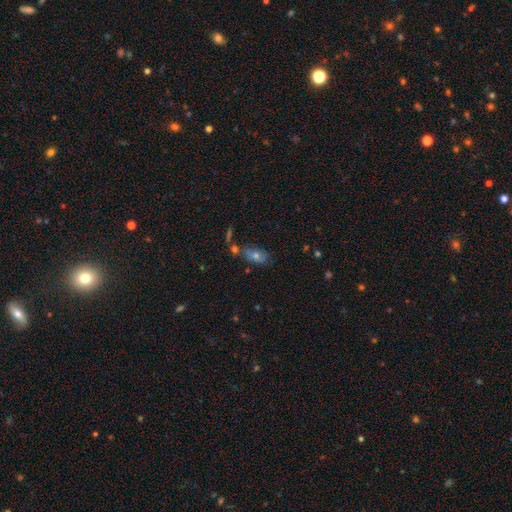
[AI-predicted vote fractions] smooth 53%, featured or disk 29%, star or artifact 18%. Down the decision tree: how rounded — in between (83%); merging — none (58%).